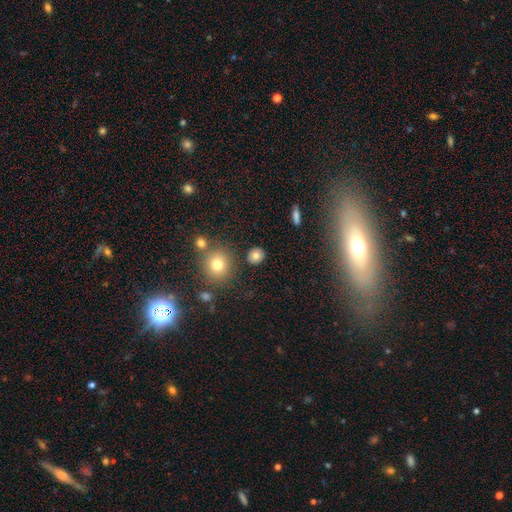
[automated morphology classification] smooth 79%, star or artifact 12%, featured or disk 9%. Down the decision tree: how rounded — round (85%); merging — none (86%).